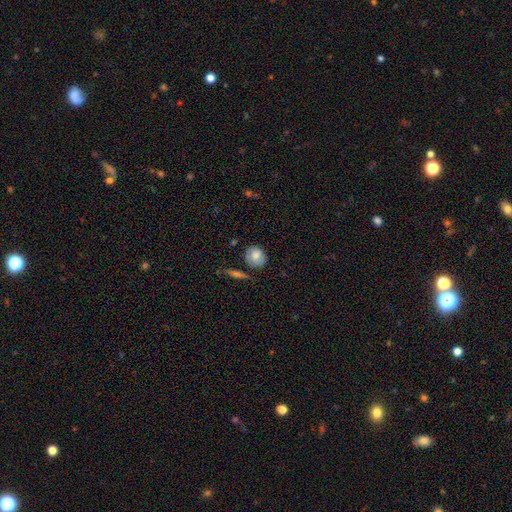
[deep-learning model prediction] Smooth or featured? Predicted: smooth (p=0.72). How rounded? Predicted: round (p=0.57). Merging? Predicted: none (p=0.70).